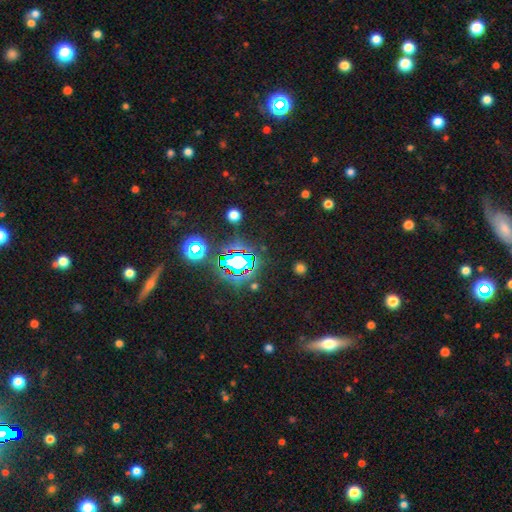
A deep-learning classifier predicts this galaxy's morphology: Overall: star or artifact (71%).